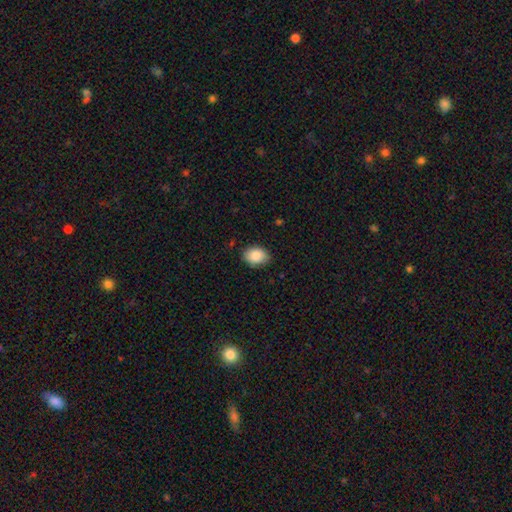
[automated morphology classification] type=smooth (88%); roundness=in between (75%); merging=none (82%).